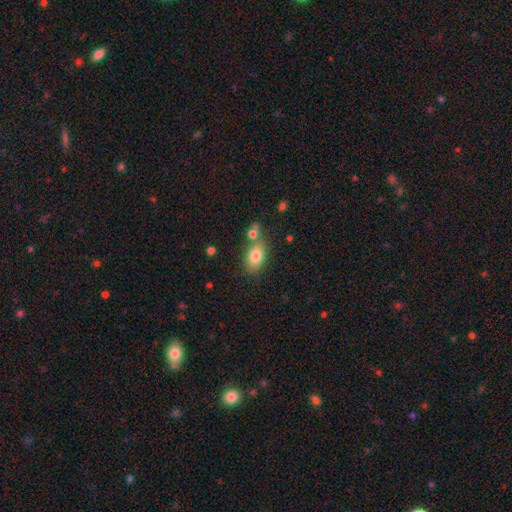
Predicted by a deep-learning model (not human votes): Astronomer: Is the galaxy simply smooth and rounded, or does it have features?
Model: smooth — 80%.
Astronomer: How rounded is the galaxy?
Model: in between — 84%.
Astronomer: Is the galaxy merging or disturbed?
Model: none — 63%.